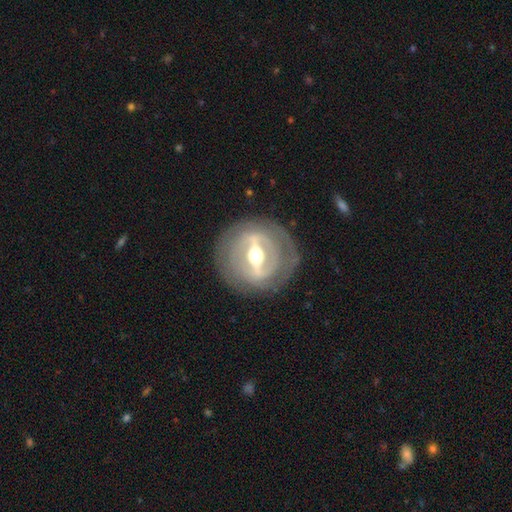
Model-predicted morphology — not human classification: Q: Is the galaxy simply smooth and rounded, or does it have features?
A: featured or disk — 83%.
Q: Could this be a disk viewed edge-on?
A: no — 86%.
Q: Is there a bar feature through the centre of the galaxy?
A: strong — 76%.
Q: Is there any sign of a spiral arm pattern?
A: yes — 50%, tied with no.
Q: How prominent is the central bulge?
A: moderate — 73%.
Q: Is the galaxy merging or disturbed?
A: none — 81%.